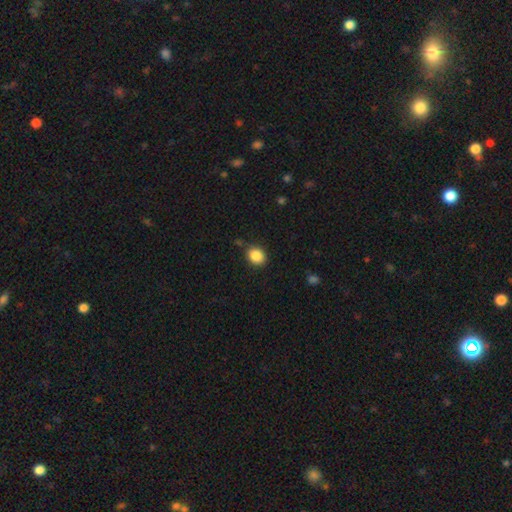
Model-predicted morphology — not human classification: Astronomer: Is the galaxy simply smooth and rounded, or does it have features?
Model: smooth — 86%.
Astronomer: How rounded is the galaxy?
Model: round — 63%.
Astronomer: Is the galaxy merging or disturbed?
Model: none — 79%.